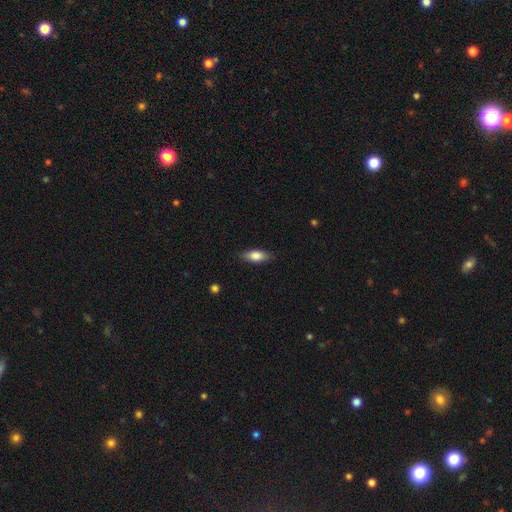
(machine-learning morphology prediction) This appears to be a smooth galaxy with no disk features (80%) that is in between round and cigar-shaped (79%). Merging: none (85%).